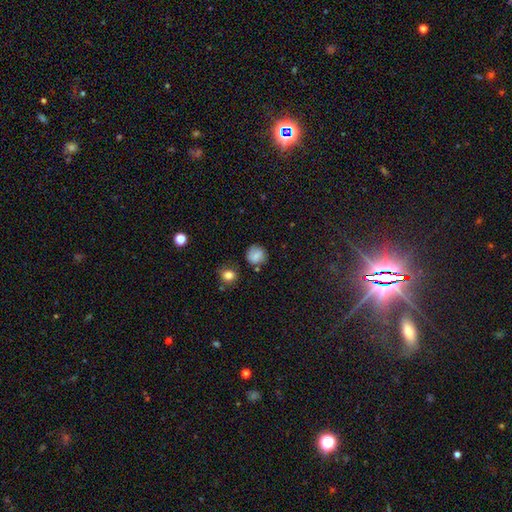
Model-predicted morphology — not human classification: A smooth galaxy with no disk features (78%) that is round (87%).

Vote fractions:
- Smooth or featured? smooth: 78% / featured or disk: 12% / star or artifact: 11%
- How rounded? round: 87% / in between: 12% / cigar-shaped: 1%
- Merging? none: 77% / minor disturbance: 15% / major disturbance: 4% / merger: 4%